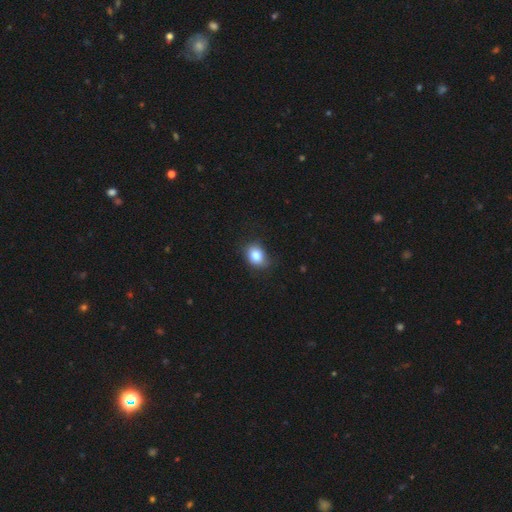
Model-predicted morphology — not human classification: A smooth galaxy with no disk features (83%) that is in between round and cigar-shaped (57%). Merging: none (77%).